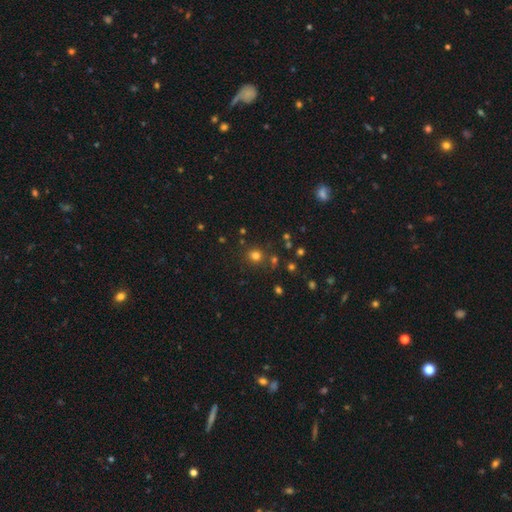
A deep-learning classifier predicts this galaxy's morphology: This is likely a smooth galaxy (73%). How rounded: clearly round (87%). Merging: clearly none (81%).